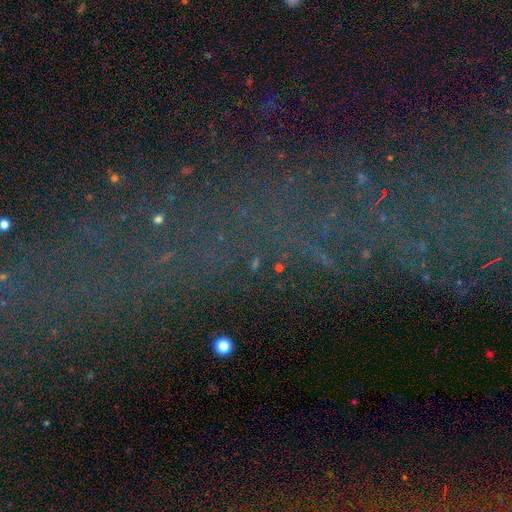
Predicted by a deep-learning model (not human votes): Morphology: type=star or artifact (70%).